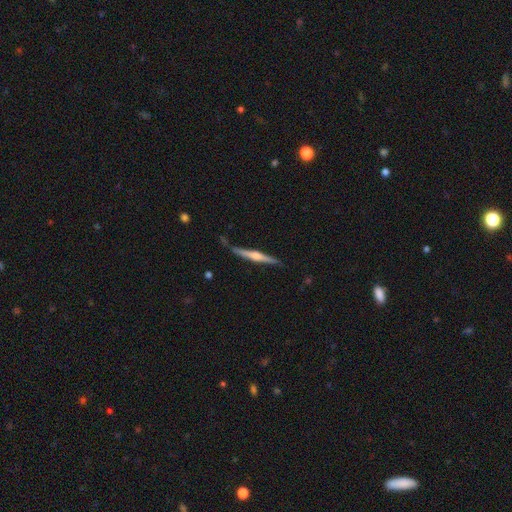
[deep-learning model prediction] Q: Smooth or featured?
A: featured or disk (72%); runner-up: smooth (23%)
Q: Edge-on disk?
A: yes (98%); runner-up: no (2%)
Q: Edge-on bulge?
A: rounded (85%); runner-up: none (8%)
Q: Merging?
A: none (80%); runner-up: minor disturbance (15%)